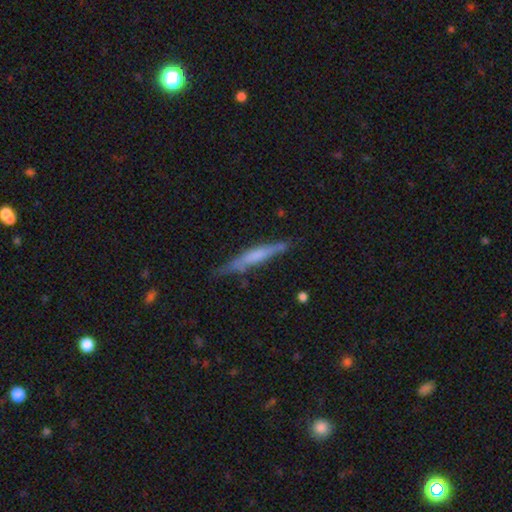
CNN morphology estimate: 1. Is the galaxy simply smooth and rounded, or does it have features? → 48% smooth, 45% featured or disk, 7% star or artifact.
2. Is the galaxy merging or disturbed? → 72% none, 20% minor disturbance, 4% major disturbance, 3% merger.